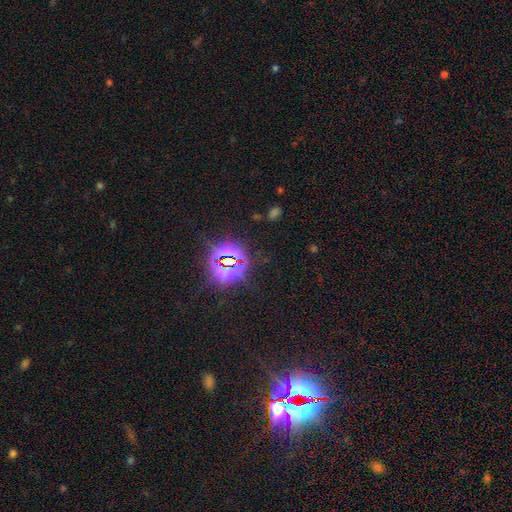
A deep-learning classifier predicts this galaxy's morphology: Smooth or featured? Predicted: star or artifact (p=0.79).